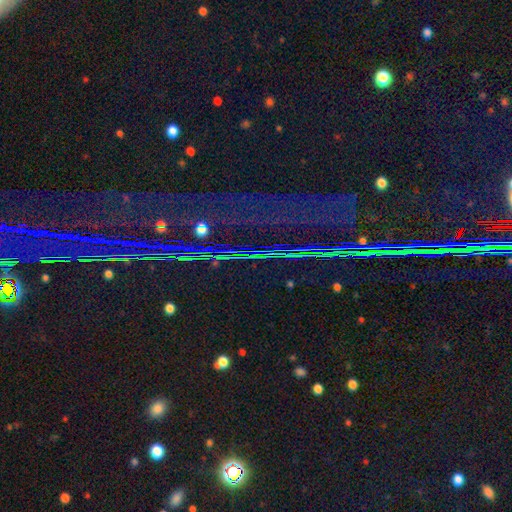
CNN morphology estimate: This appears to be a star or artifact, not a galaxy (86%).